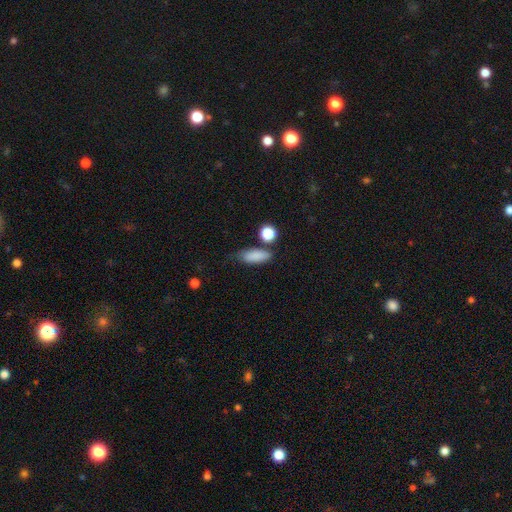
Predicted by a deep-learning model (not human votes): A smooth galaxy with no disk features (85%) that is in between round and cigar-shaped (73%).

Vote fractions:
- Smooth or featured? smooth: 85% / star or artifact: 8% / featured or disk: 7%
- How rounded? in between: 73% / cigar-shaped: 21% / round: 6%
- Merging? none: 61% / minor disturbance: 23% / merger: 8% / major disturbance: 7%